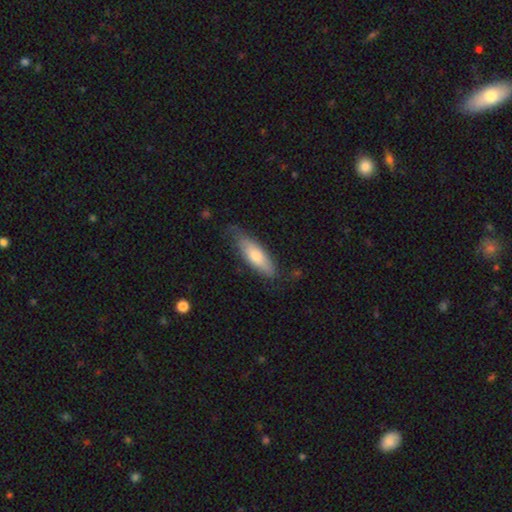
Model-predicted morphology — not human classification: A smooth galaxy with no disk features (67%) that is in between round and cigar-shaped (53%).

Vote fractions:
- Smooth or featured? smooth: 67% / featured or disk: 28% / star or artifact: 5%
- How rounded? in between: 53% / cigar-shaped: 45% / round: 2%
- Merging? none: 64% / minor disturbance: 28% / major disturbance: 6% / merger: 2%